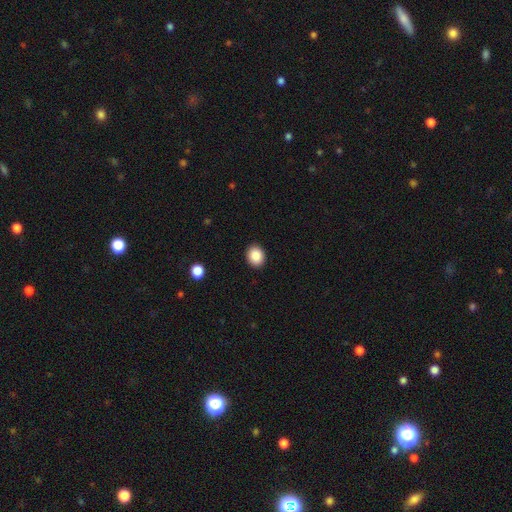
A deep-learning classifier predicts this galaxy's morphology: The model was most divided on "how rounded": round: 61%, in between: 38%, cigar-shaped: 1%. More confident: merging — none (92%); smooth or featured — smooth (88%).